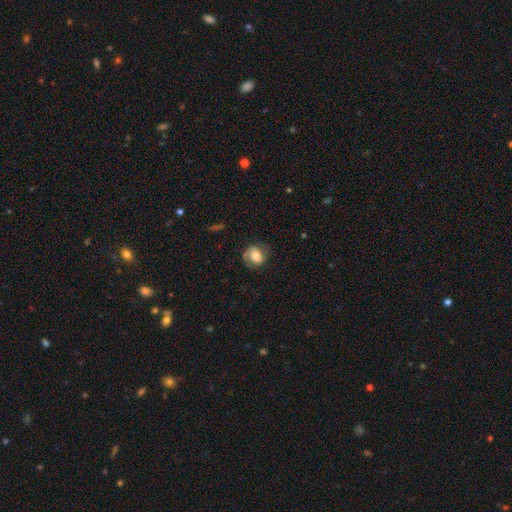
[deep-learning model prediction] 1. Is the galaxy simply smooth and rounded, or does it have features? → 61% smooth, 31% featured or disk, 8% star or artifact.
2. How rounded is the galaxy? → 62% round, 37% in between, 1% cigar-shaped.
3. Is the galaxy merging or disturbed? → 60% none, 26% minor disturbance, 13% major disturbance, 1% merger.